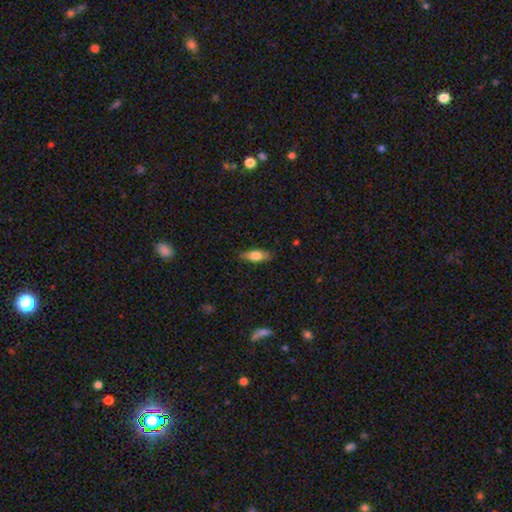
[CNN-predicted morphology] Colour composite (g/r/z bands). It shows a smooth galaxy with no disk features (68%) that is in between round and cigar-shaped (67%). Merging: none (84%).